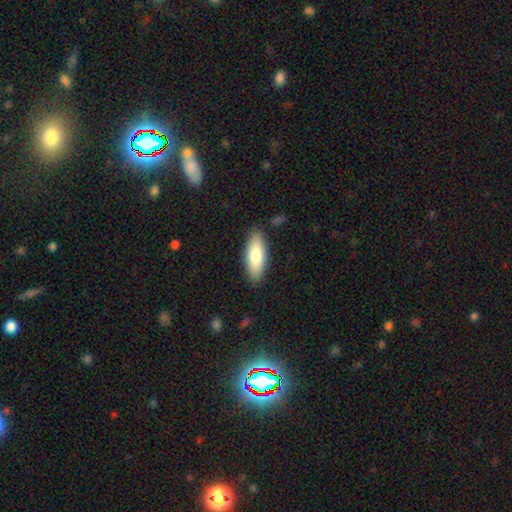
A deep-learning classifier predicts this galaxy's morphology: Q: Smooth or featured?
A: smooth (78%); runner-up: featured or disk (17%)
Q: How rounded?
A: in between (70%); runner-up: cigar-shaped (28%)
Q: Merging?
A: none (87%); runner-up: minor disturbance (9%)